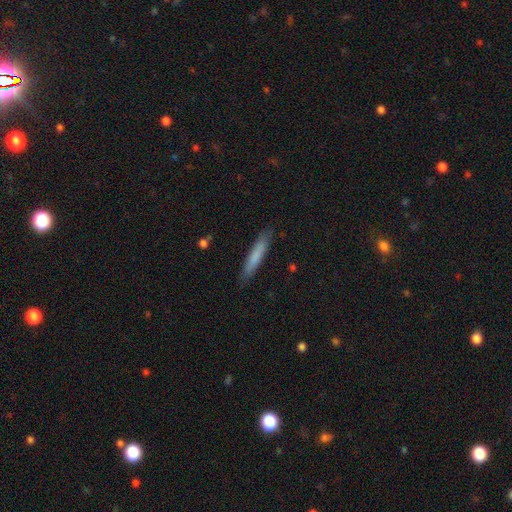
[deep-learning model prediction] This appears to be a smooth galaxy with no disk features (76%) that is cigar-shaped (92%). Merging: none (87%).